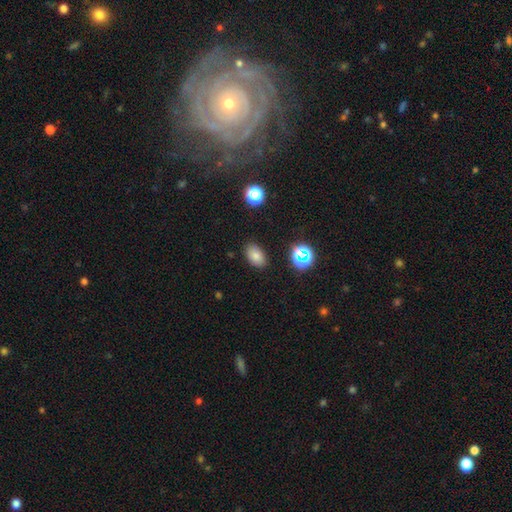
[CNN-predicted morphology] This appears to be a smooth galaxy with no disk features (78%) that is in between round and cigar-shaped (86%). Merging: none (85%).